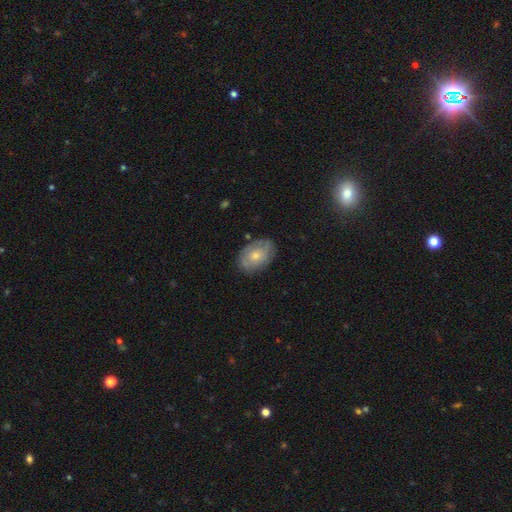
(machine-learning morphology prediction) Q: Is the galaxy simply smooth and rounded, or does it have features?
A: smooth — 57%.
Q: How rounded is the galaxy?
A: in between — 82%.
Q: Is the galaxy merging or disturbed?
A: none — 77%.